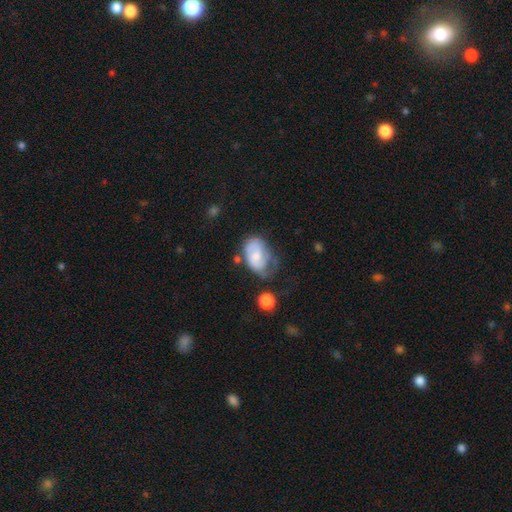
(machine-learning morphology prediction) This appears to be a featured or disk galaxy (47%). Merging: minor disturbance (35%).